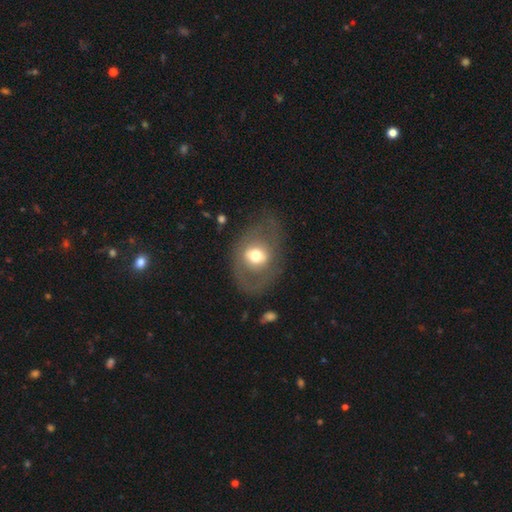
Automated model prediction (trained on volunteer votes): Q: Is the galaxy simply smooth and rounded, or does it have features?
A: smooth — 48%.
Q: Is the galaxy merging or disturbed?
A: none — 66%.